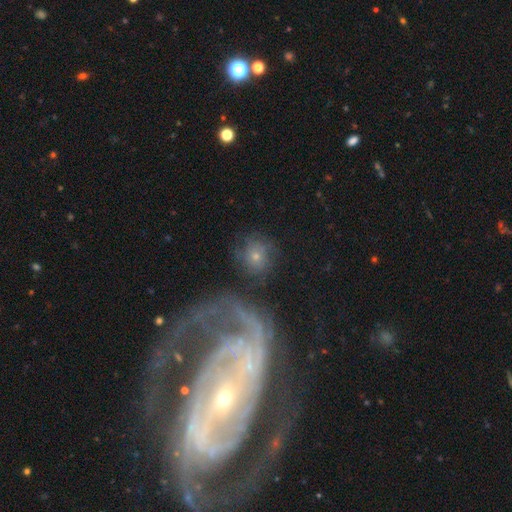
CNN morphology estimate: Q: Smooth or featured?
A: smooth (49%); runner-up: featured or disk (36%)
Q: Merging?
A: none (58%); runner-up: minor disturbance (16%)